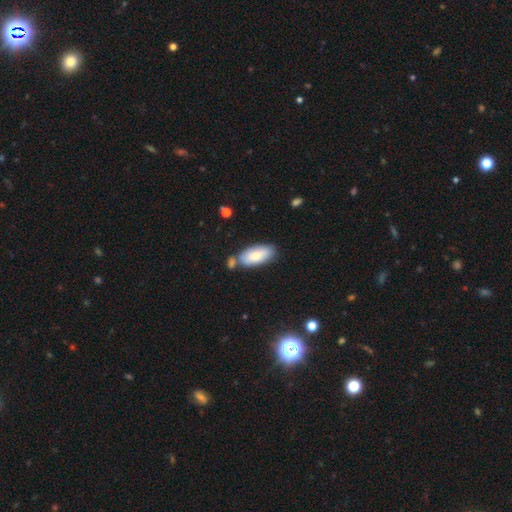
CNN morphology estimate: type=smooth (80%); roundness=in between (89%); merging=none (62%).